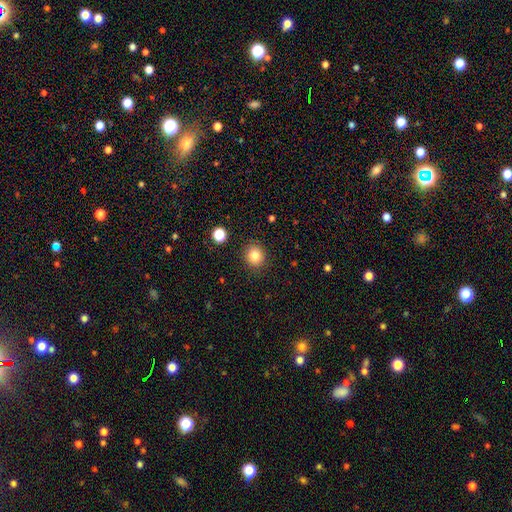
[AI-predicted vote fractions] Smooth or featured? Predicted: smooth (p=0.83). How rounded? Predicted: round (p=0.83). Merging? Predicted: none (p=0.89).